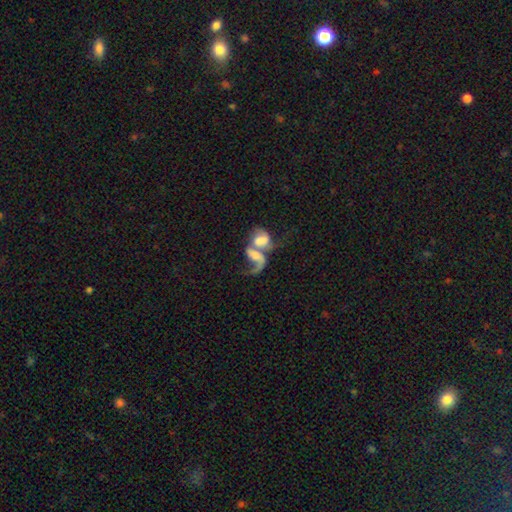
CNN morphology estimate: This appears to be a featured or disk galaxy (61%) with no bar (54%), spiral arms (77%) and no central bulge (29%). Merging: merger (75%).